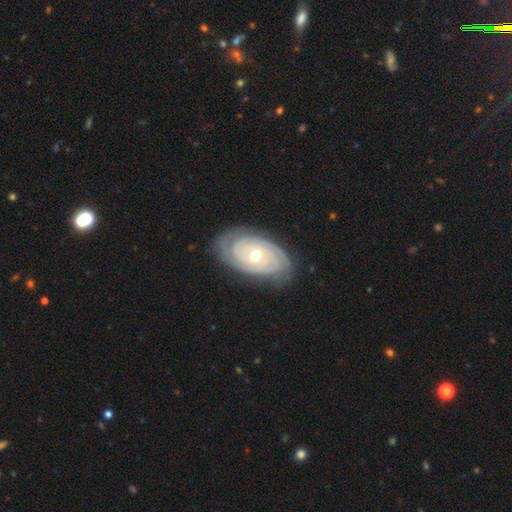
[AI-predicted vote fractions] A featured or disk galaxy (88%) with no bar (74%), 2 (39%) tight (85%) spiral arms (96%) and a moderate central bulge (71%).

Vote fractions:
- Smooth or featured? featured or disk: 88% / smooth: 7% / star or artifact: 4%
- Edge-on disk? no: 96% / yes: 4%
- Bar? no: 74% / weak: 19% / strong: 7%
- Spiral arms? yes: 96% / no: 4%
- Spiral winding? tight: 85% / medium: 13% / loose: 3%
- Spiral arm count? 2: 39% / 3: 23% / can't tell: 21% / 4: 7% / 1: 5% / more than 4: 5%
- Bulge size? moderate: 71% / small: 24% / large: 3% / dominant: 1% / none: 1%
- Merging? none: 81% / minor disturbance: 14% / major disturbance: 4% / merger: 1%